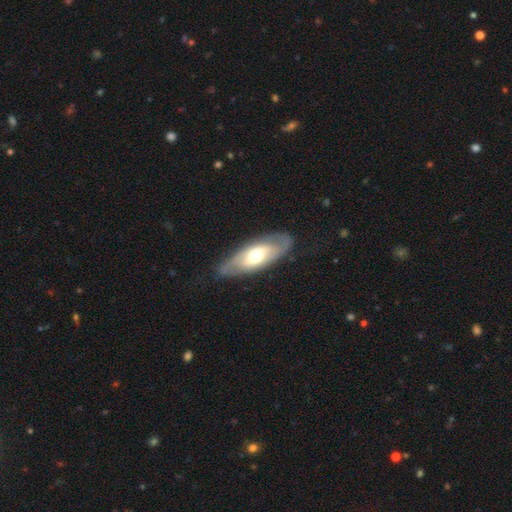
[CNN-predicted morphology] A featured or disk galaxy (57%). Merging: none (76%).